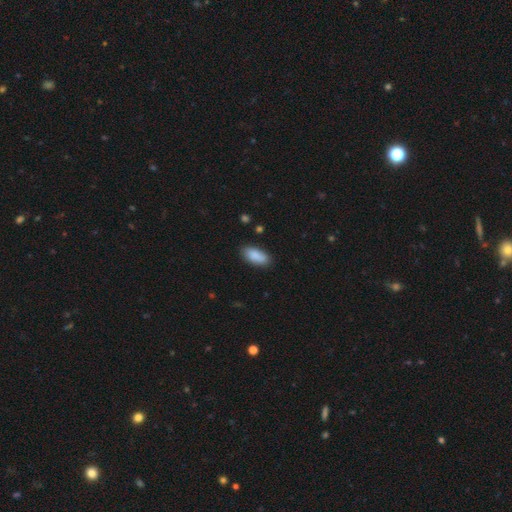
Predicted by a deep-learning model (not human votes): A smooth galaxy with no disk features (89%) that is in between round and cigar-shaped (88%). Merging: none (83%).